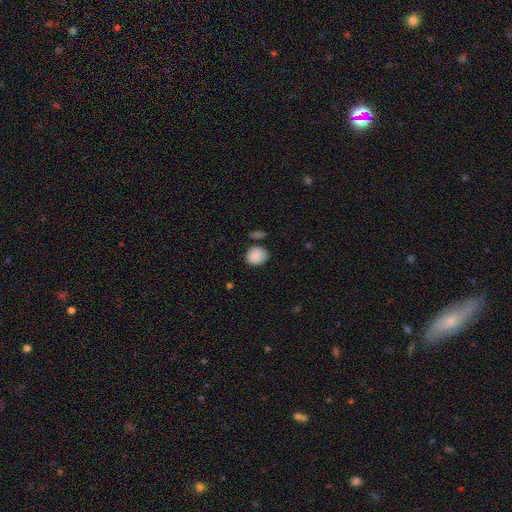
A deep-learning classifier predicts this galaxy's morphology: Overall: smooth (88%). How rounded: round (64%; in between 35%). Merging: none (73%).